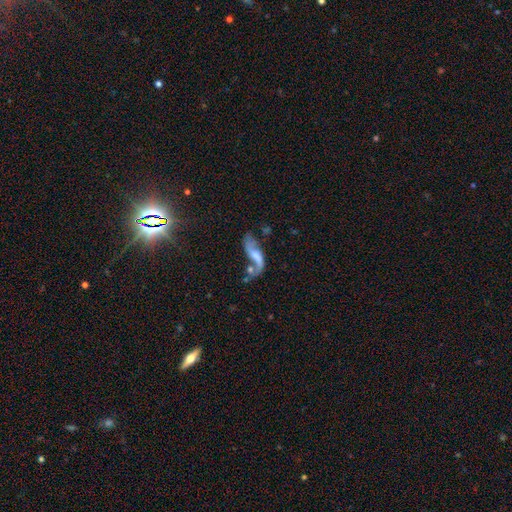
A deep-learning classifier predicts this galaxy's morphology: The model was most divided on "bulge size": moderate: 32%, small: 30%, none: 26%, large: 10%, dominant: 2%. Remaining: edge-on disk — no (92%); spiral winding — loose (84%); spiral arms — yes (82%); spiral arm count — 2 (79%); smooth or featured — featured or disk (68%); bar — no (43%); merging — none (33%).